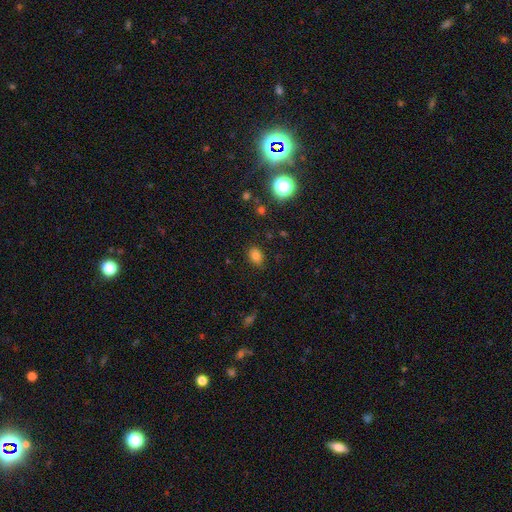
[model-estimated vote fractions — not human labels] A smooth galaxy with no disk features (79%) that is in between round and cigar-shaped (73%). Merging: none (83%).